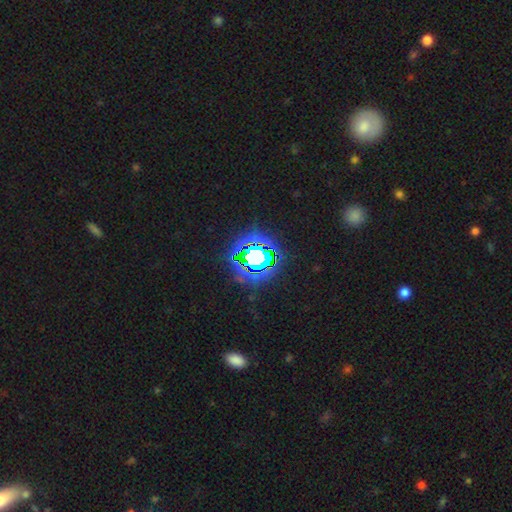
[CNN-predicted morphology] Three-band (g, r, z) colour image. It shows a star or artifact, not a galaxy (74%).